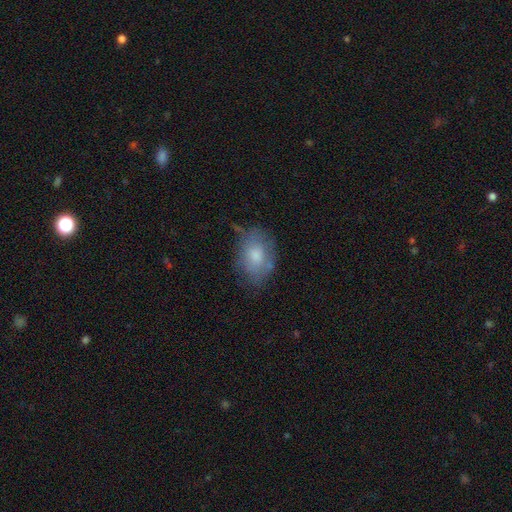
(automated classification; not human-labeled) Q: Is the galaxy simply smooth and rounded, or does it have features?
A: smooth — 69%.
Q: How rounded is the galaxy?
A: in between — 80%.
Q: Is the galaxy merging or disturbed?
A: none — 60%.